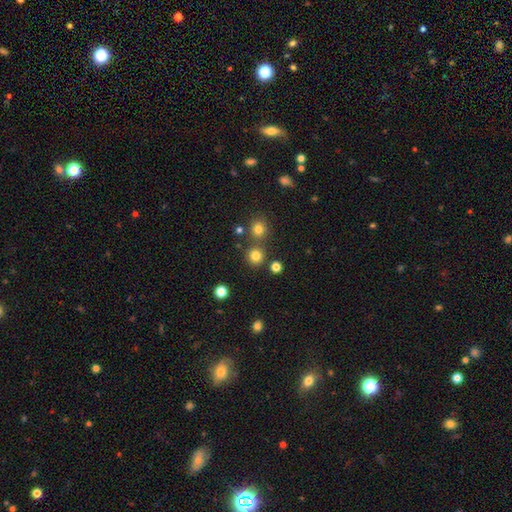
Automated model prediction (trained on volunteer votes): Smooth or featured? Predicted: smooth (p=0.78). How rounded? Predicted: round (p=0.93). Merging? Predicted: none (p=0.80).